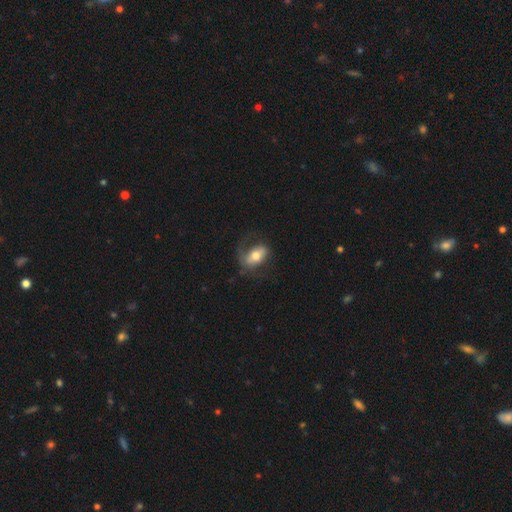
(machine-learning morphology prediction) smooth_or_featured: smooth (p=0.48) [alt: featured or disk p=0.45]
merging: none (p=0.50) [alt: major disturbance p=0.26]